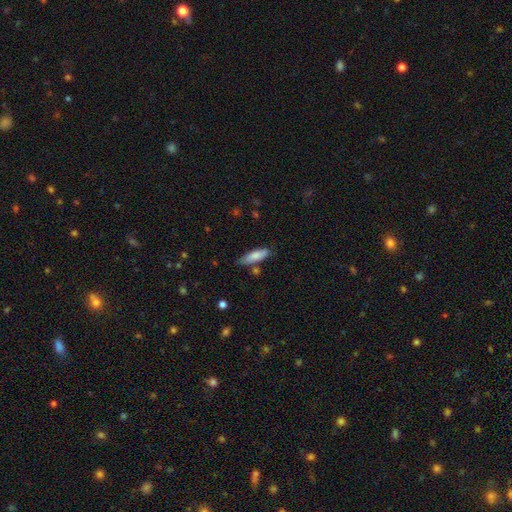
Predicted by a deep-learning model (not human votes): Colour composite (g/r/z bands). It shows a smooth galaxy with no disk features (79%) that is cigar-shaped (53%). Merging: none (71%).